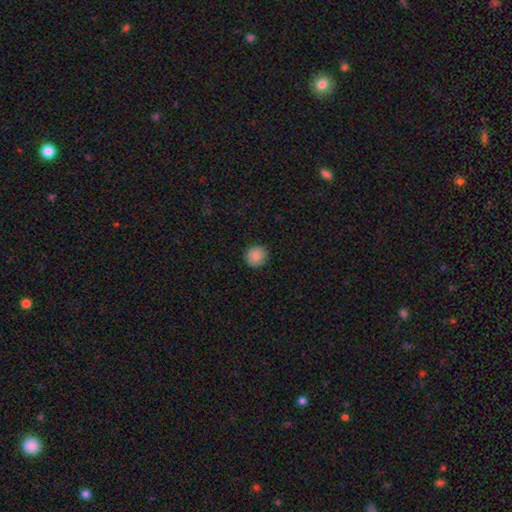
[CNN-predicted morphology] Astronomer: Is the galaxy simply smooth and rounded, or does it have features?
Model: smooth — 88%.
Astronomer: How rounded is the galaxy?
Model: round — 92%.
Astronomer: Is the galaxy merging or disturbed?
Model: none — 91%.